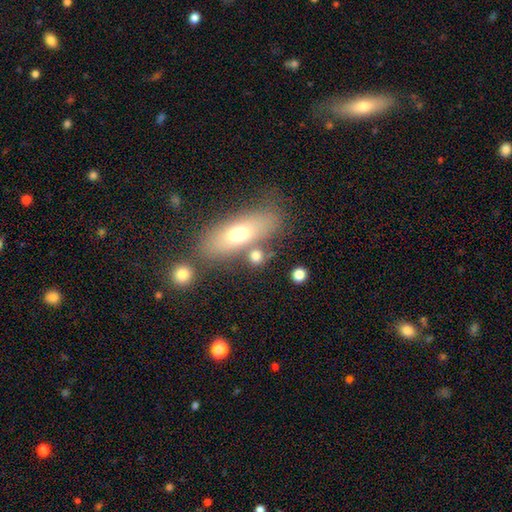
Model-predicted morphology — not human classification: Q: Smooth or featured?
A: smooth (74%); runner-up: featured or disk (15%)
Q: How rounded?
A: in between (46%); runner-up: round (43%)
Q: Merging?
A: none (60%); runner-up: merger (22%)